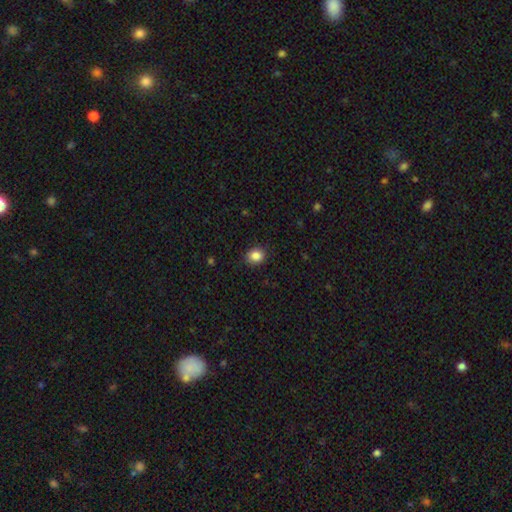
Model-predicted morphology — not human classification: Smooth or featured? smooth (86%)
How rounded? round (69%)
Merging? none (88%)